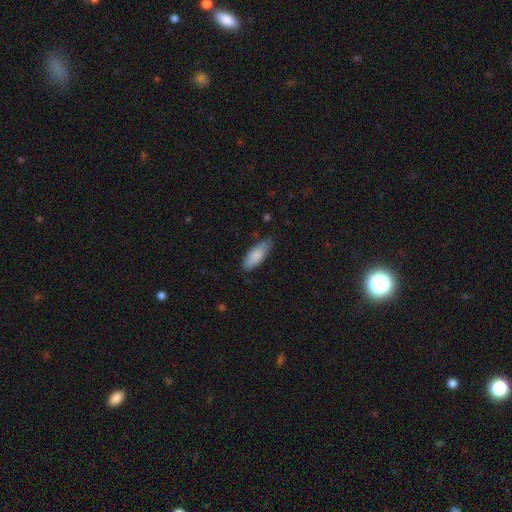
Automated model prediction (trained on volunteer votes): Smooth or featured?
  - smooth: 84% *
  - featured or disk: 11%
  - star or artifact: 6%
How rounded?
  - in between: 72% *
  - cigar-shaped: 27%
  - round: 2%
Merging?
  - none: 72% *
  - minor disturbance: 23%
  - major disturbance: 3%
  - merger: 1%